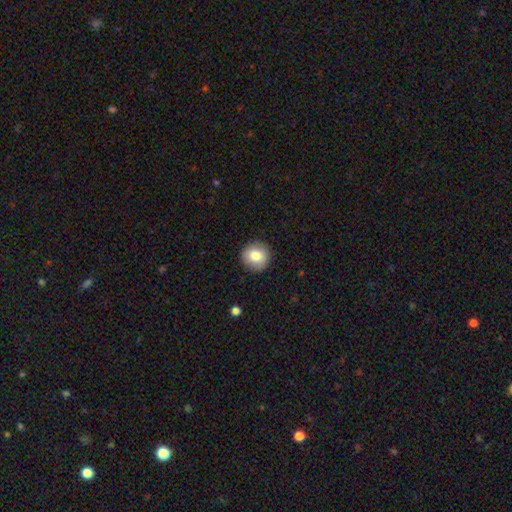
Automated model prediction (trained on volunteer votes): Smooth or featured: smooth — 82% (featured or disk — 10%)
How rounded: round — 92% (in between — 7%)
Merging: none — 91% (minor disturbance — 7%)